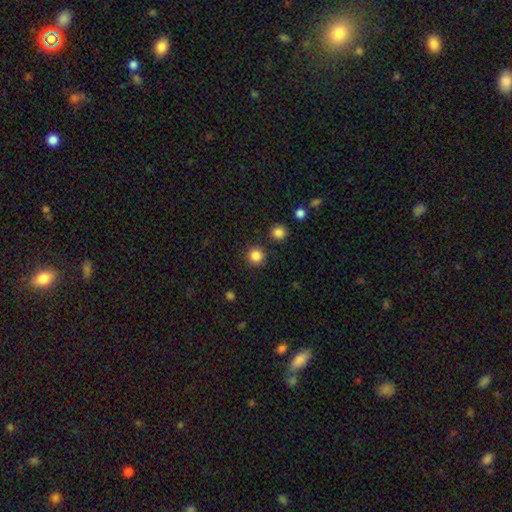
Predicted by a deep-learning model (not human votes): Overall: smooth (85%). How rounded: round (95%). Merging: none (89%).